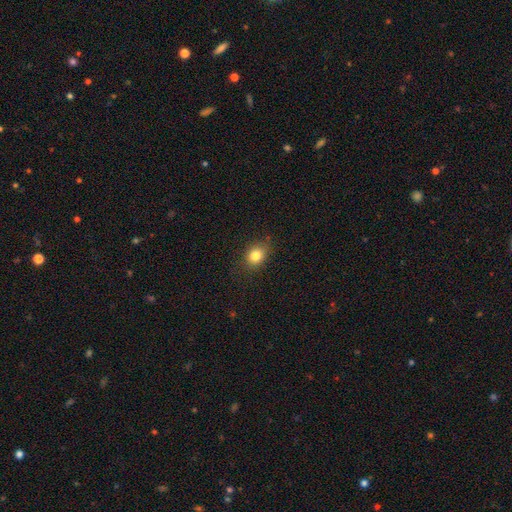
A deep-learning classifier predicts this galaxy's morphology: smooth-or-featured: smooth: 82% | star or artifact: 11% | featured or disk: 7%
  how-rounded: round: 51% | in between: 48% | cigar-shaped: 1%
  merging: none: 81% | minor disturbance: 14% | major disturbance: 4% | merger: 1%